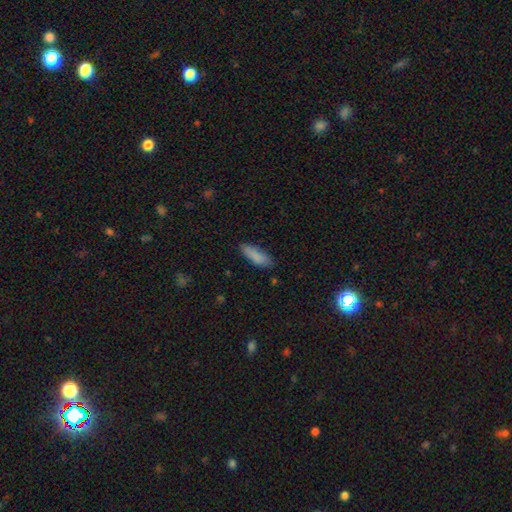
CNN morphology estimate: This is clearly a smooth galaxy (86%). How rounded: possibly in between (56%). Merging: likely none (79%).